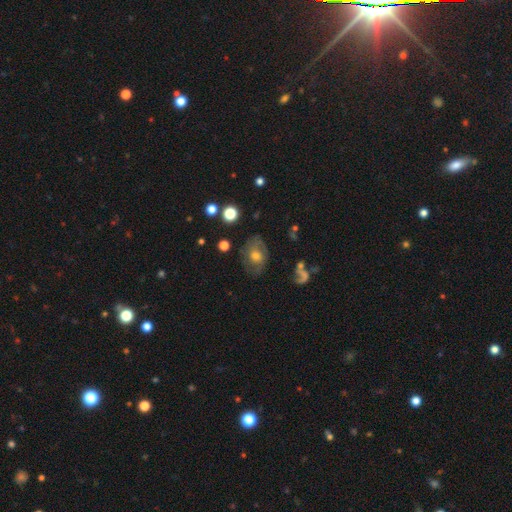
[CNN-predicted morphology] This is possibly a featured or disk galaxy (48%). Merging: likely none (67%).